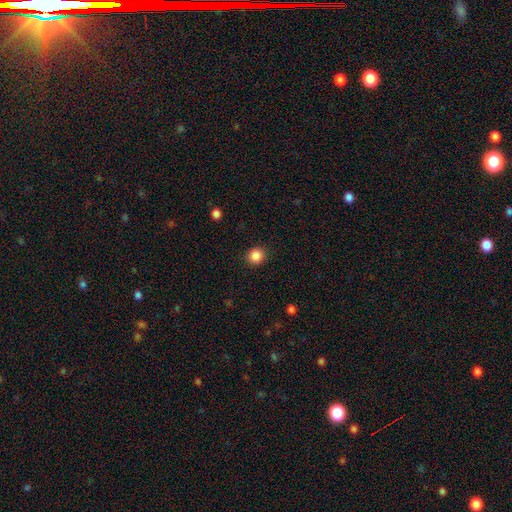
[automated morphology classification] Q: Smooth or featured?
A: smooth (86%); runner-up: star or artifact (10%)
Q: How rounded?
A: round (90%); runner-up: in between (9%)
Q: Merging?
A: none (91%); runner-up: minor disturbance (6%)